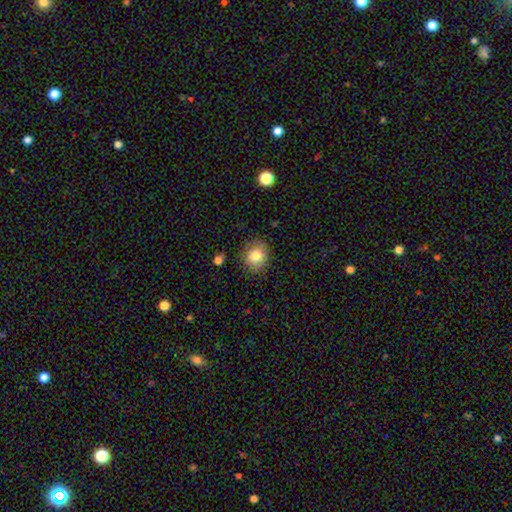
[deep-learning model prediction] The model was most divided on "how rounded": round: 63%, in between: 36%, cigar-shaped: 1%. More confident: merging — none (82%); smooth or featured — smooth (80%).